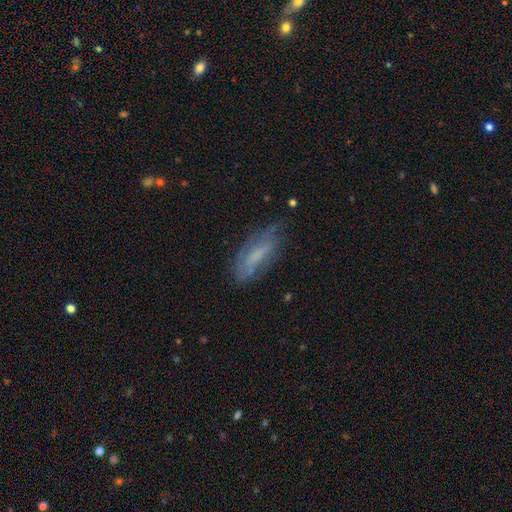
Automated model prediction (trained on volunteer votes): A smooth galaxy with no disk features (55%) that is in between round and cigar-shaped (58%).

Vote fractions:
- Smooth or featured? smooth: 55% / featured or disk: 36% / star or artifact: 9%
- How rounded? in between: 58% / cigar-shaped: 40% / round: 2%
- Merging? none: 66% / minor disturbance: 24% / major disturbance: 8% / merger: 2%